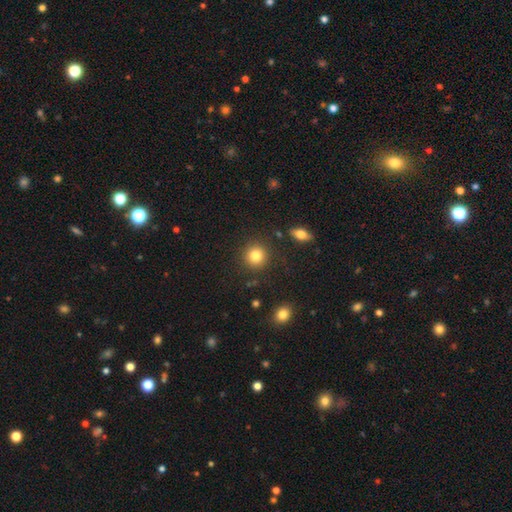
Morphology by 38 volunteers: Smooth or featured? smooth (89%)
How rounded? round (88%)
Merging? none (91%)